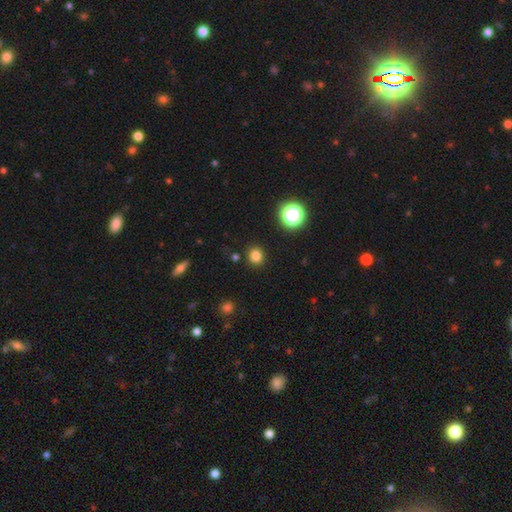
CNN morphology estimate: Overall: smooth (80%). How rounded: round (90%). Merging: none (90%).